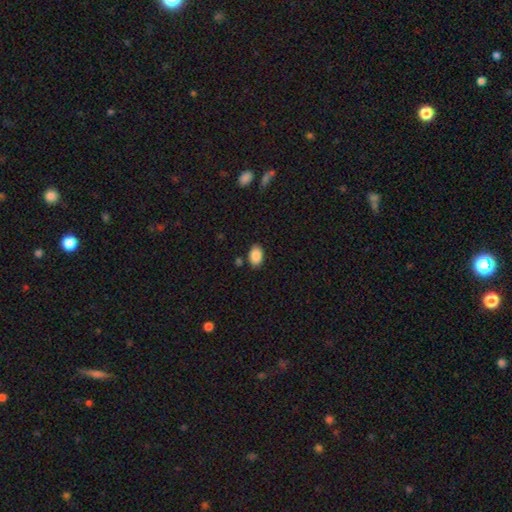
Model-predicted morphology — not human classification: Smooth or featured? Predicted: smooth (p=0.89). How rounded? Predicted: in between (p=0.87). Merging? Predicted: none (p=0.83).